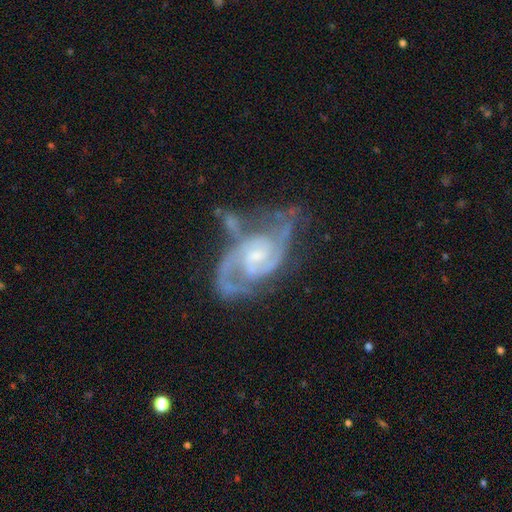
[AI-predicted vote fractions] Q: Smooth or featured?
A: featured or disk (91%); runner-up: star or artifact (5%)
Q: Edge-on disk?
A: no (97%); runner-up: yes (3%)
Q: Bar?
A: weak (48%); runner-up: no (42%)
Q: Spiral arms?
A: yes (98%); runner-up: no (2%)
Q: Spiral winding?
A: medium (51%); runner-up: tight (38%)
Q: Spiral arm count?
A: 2 (76%); runner-up: 3 (9%)
Q: Bulge size?
A: small (55%); runner-up: moderate (33%)
Q: Merging?
A: none (46%); runner-up: minor disturbance (23%)